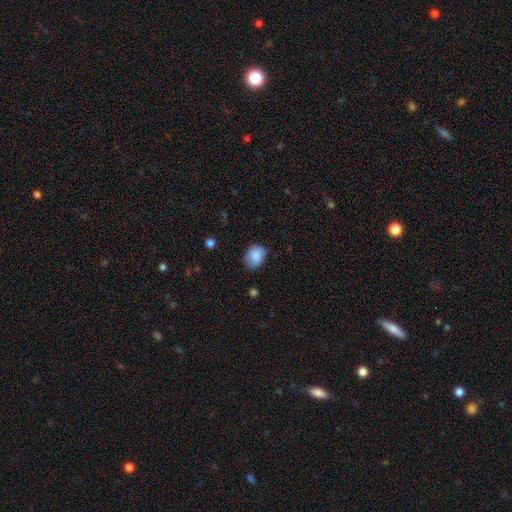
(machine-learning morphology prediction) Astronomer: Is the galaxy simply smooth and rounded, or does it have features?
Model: smooth — 85%.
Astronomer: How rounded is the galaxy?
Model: in between — 54% (runner-up: round, 45%).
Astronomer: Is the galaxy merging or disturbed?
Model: none — 73%.